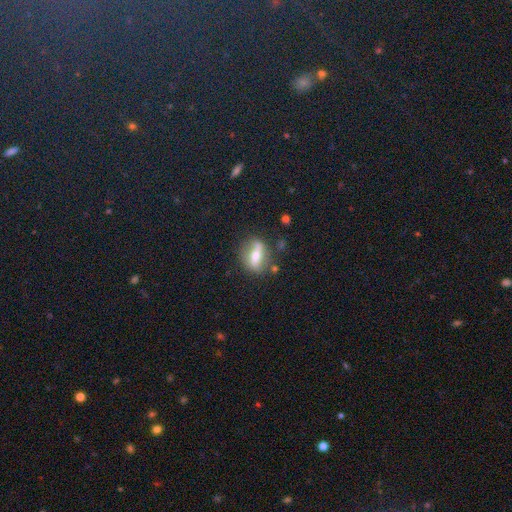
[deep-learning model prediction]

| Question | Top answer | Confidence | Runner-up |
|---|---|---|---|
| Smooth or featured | featured or disk | 54% | smooth (37%) |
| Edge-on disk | no | 65% | yes (35%) |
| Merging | none | 72% | minor disturbance (17%) |